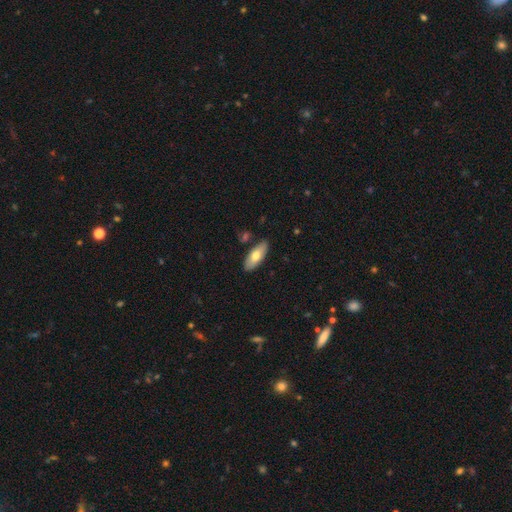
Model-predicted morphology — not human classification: Overall: smooth (70%). How rounded: in between (79%). Merging: none (85%).